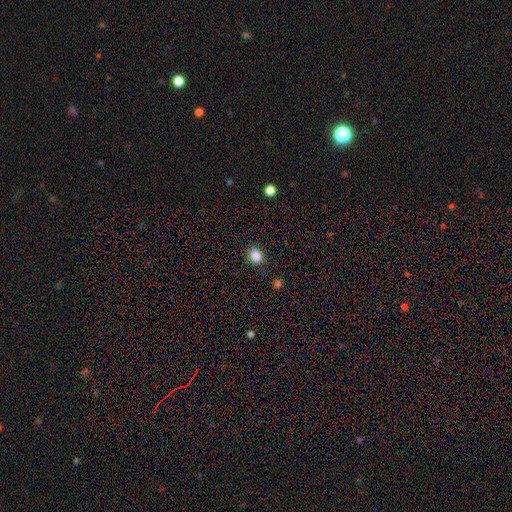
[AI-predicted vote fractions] A smooth galaxy with no disk features (85%) that is round (54%). Merging: none (87%).